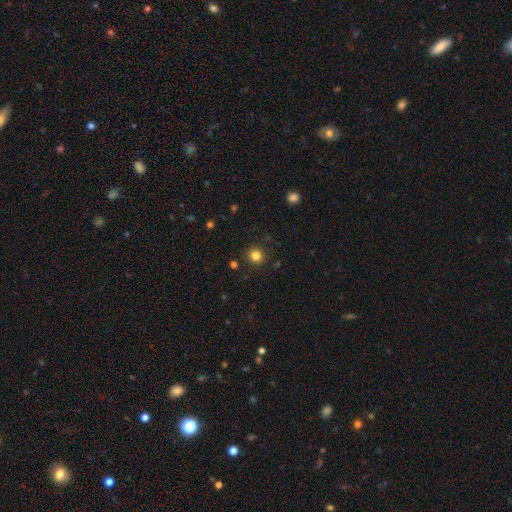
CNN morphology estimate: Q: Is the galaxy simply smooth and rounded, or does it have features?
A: smooth — 82%.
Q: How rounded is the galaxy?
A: round — 89%.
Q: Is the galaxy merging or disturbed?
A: none — 90%.